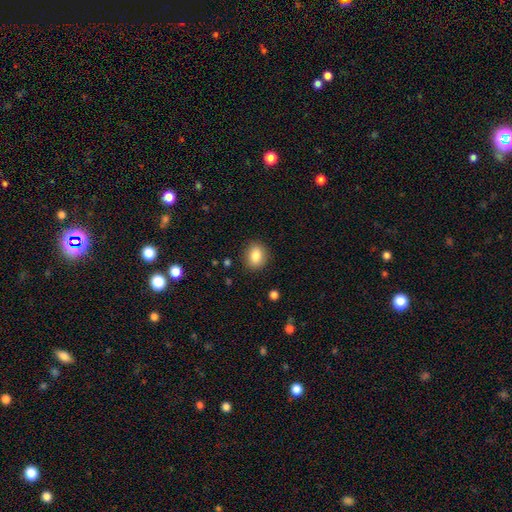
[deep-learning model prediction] A smooth galaxy with no disk features (85%) that is round (52%).

Vote fractions:
- Smooth or featured? smooth: 85% / star or artifact: 9% / featured or disk: 6%
- How rounded? round: 52% / in between: 47% / cigar-shaped: 1%
- Merging? none: 88% / minor disturbance: 9% / major disturbance: 3% / merger: 1%